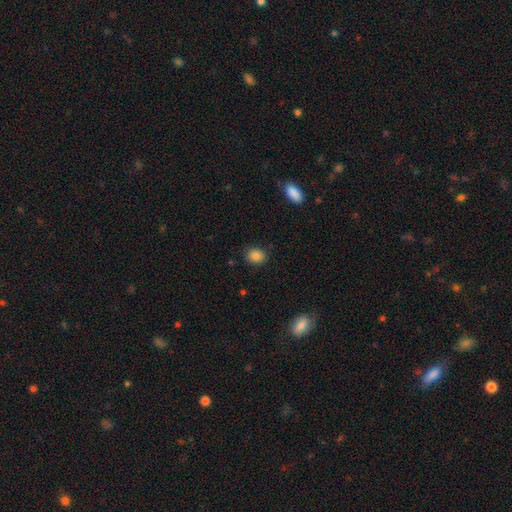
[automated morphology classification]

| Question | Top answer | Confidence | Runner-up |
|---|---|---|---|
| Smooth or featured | smooth | 86% | star or artifact (10%) |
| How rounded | round | 52% | in between (47%) |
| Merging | none | 85% | minor disturbance (10%) |